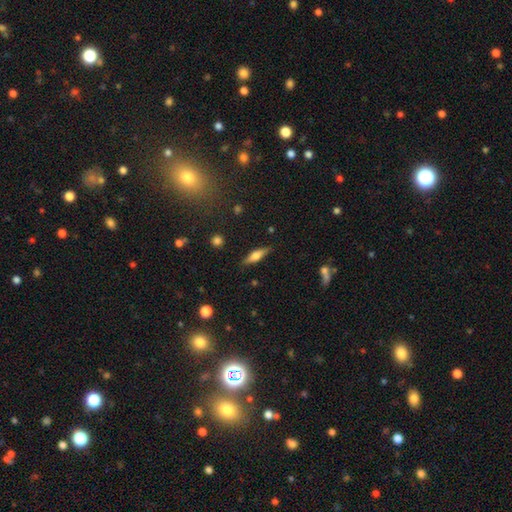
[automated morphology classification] Smooth or featured?
  - featured or disk: 49% *
  - smooth: 45%
  - star or artifact: 7%
Merging?
  - none: 86% *
  - minor disturbance: 10%
  - major disturbance: 2%
  - merger: 2%